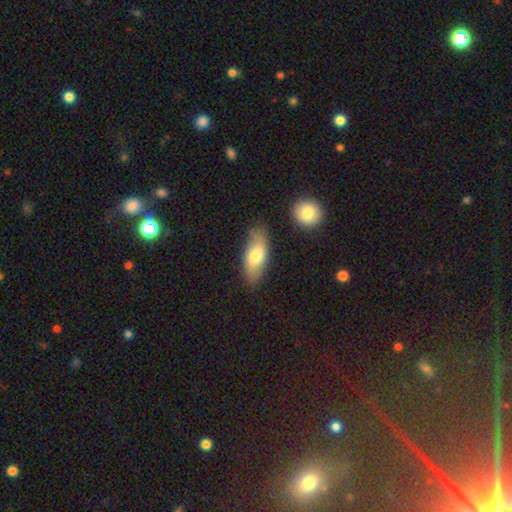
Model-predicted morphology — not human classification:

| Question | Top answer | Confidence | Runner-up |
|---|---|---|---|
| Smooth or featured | smooth | 72% | featured or disk (22%) |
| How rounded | in between | 83% | cigar-shaped (14%) |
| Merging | none | 77% | minor disturbance (16%) |